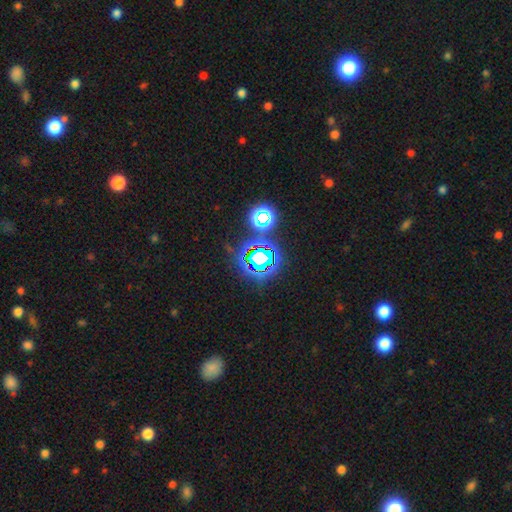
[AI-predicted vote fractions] Morphology: type=star or artifact (77%).